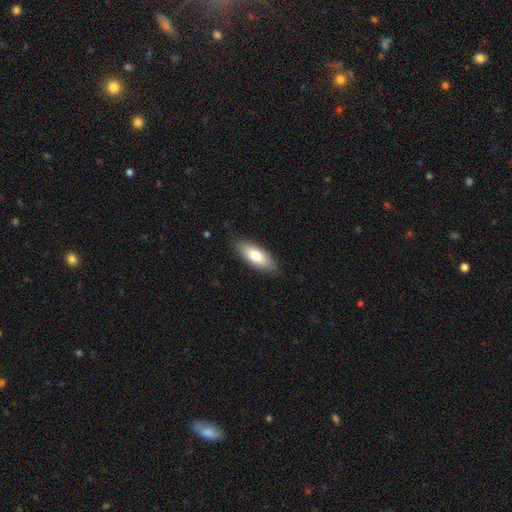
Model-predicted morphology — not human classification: Overall: smooth (78%). How rounded: in between (76%). Merging: none (85%).